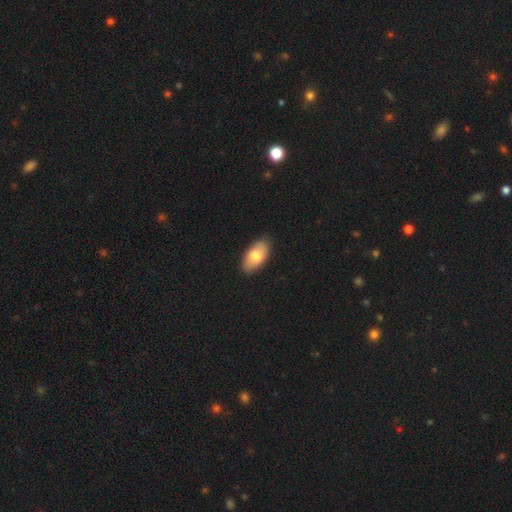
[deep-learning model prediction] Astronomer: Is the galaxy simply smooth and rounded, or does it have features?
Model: smooth — 75%.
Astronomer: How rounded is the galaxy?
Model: in between — 94%.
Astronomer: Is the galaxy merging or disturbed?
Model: none — 85%.